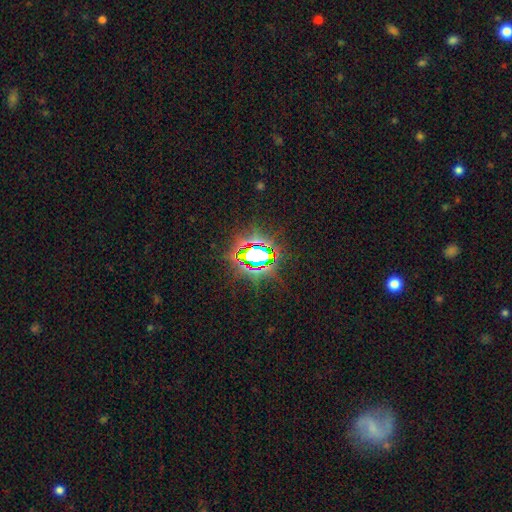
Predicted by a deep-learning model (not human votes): smooth_or_featured: star or artifact (p=0.77) [alt: smooth p=0.13]